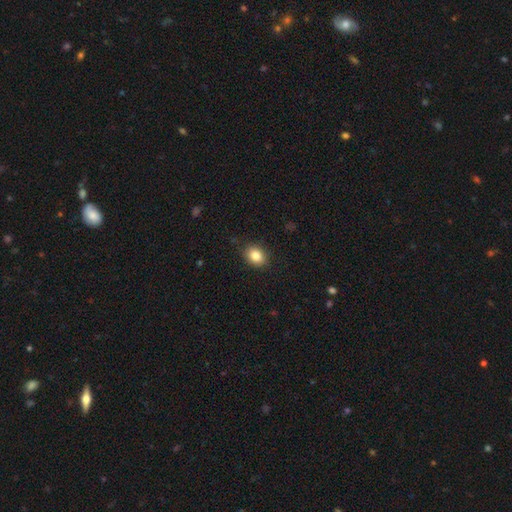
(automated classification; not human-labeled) Smooth or featured: smooth — 85% (star or artifact — 9%)
How rounded: in between — 62% (round — 37%)
Merging: none — 86% (minor disturbance — 10%)